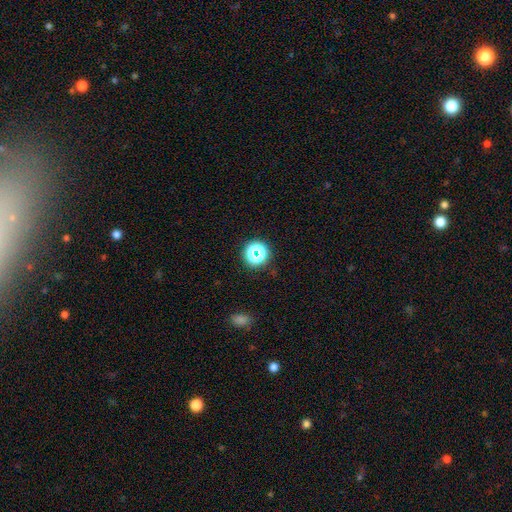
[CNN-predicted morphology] Smooth or featured: star or artifact — 53% (smooth — 38%)